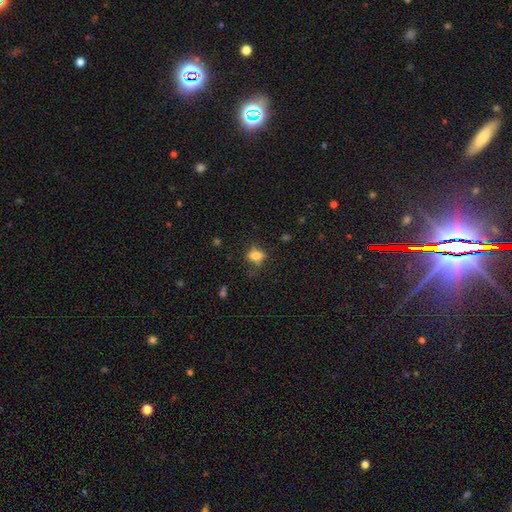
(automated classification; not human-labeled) A smooth galaxy with no disk features (72%) that is in between round and cigar-shaped (61%). Merging: none (62%).